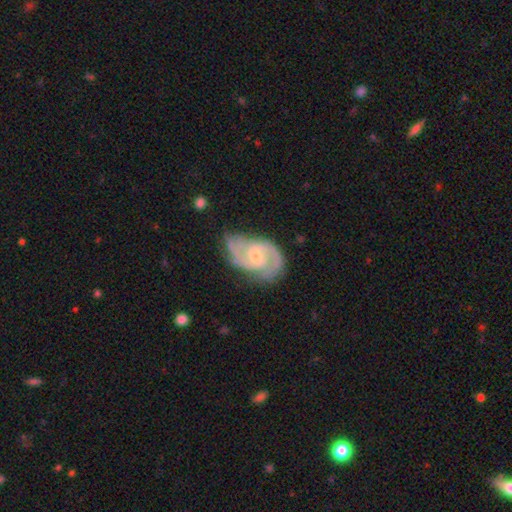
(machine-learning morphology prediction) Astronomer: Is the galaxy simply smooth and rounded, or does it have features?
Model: featured or disk — 90%.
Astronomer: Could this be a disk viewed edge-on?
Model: no — 98%.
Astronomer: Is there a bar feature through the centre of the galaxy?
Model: no — 51% (runner-up: weak, 42%).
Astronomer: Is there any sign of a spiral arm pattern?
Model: yes — 98%.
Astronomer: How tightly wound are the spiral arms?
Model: medium — 51% (runner-up: tight, 39%).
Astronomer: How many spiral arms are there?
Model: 2 — 81%.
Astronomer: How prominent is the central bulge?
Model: small — 69%.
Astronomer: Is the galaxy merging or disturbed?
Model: none — 67%.